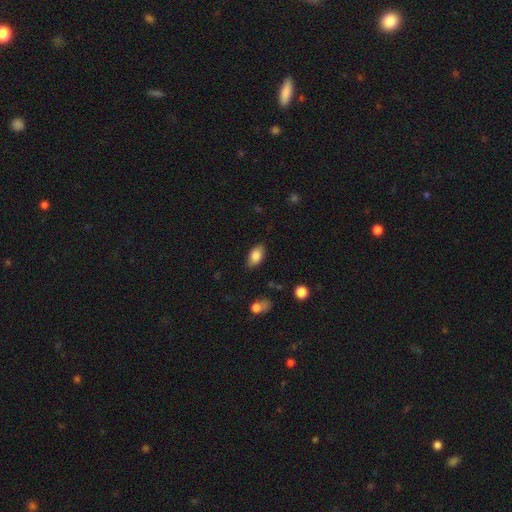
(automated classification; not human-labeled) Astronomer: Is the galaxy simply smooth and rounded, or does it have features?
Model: smooth — 83%.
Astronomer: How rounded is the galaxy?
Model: in between — 90%.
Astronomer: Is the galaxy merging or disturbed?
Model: none — 81%.